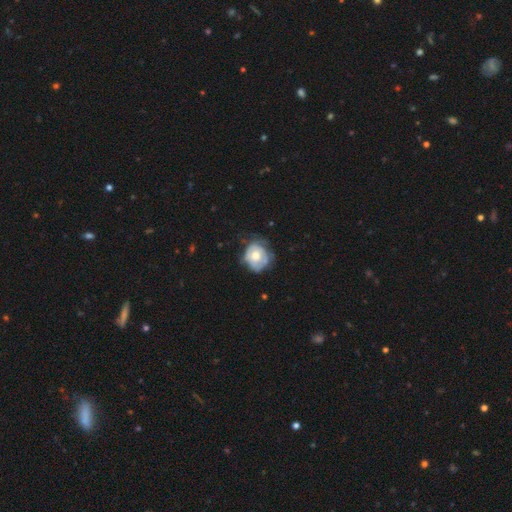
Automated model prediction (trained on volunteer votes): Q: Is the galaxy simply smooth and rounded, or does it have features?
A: featured or disk — 56%.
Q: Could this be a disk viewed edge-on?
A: no — 97%.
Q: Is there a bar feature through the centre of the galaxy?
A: no — 86%.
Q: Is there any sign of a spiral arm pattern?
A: yes — 50%, tied with no.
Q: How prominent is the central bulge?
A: moderate — 69%.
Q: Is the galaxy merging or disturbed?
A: none — 54%.